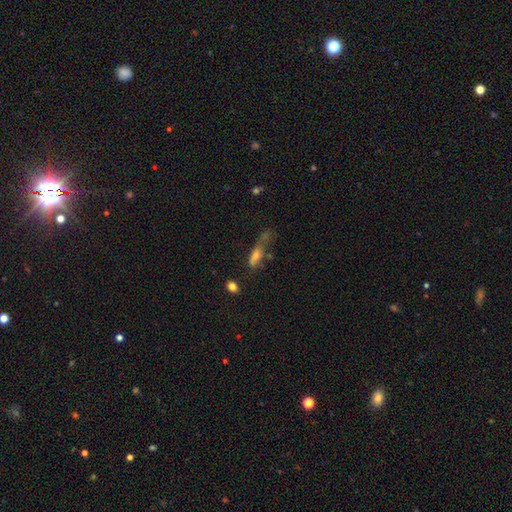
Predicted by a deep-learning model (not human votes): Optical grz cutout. It shows a smooth galaxy with no disk features (53%) that is cigar-shaped (54%). Merging: major disturbance (33%).